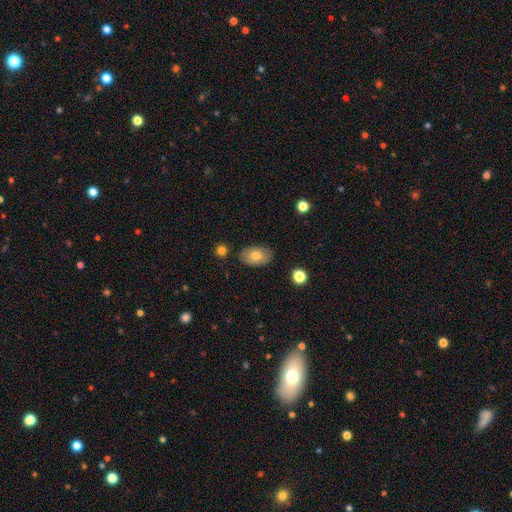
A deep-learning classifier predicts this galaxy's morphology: smooth_or_featured: smooth (p=0.74) [alt: featured or disk p=0.19]
how_rounded: in between (p=0.89) [alt: round p=0.10]
merging: none (p=0.81) [alt: minor disturbance p=0.14]